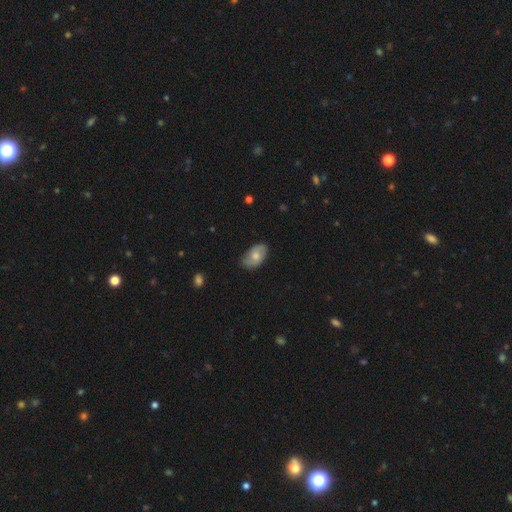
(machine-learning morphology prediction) A smooth galaxy with no disk features (59%) that is in between round and cigar-shaped (92%). Merging: none (73%).